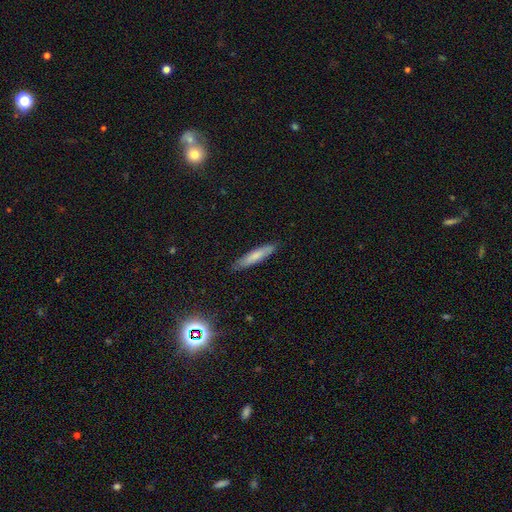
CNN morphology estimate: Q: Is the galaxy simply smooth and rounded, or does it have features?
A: smooth — 73%.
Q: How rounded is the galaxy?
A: cigar-shaped — 88%.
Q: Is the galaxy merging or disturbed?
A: none — 86%.